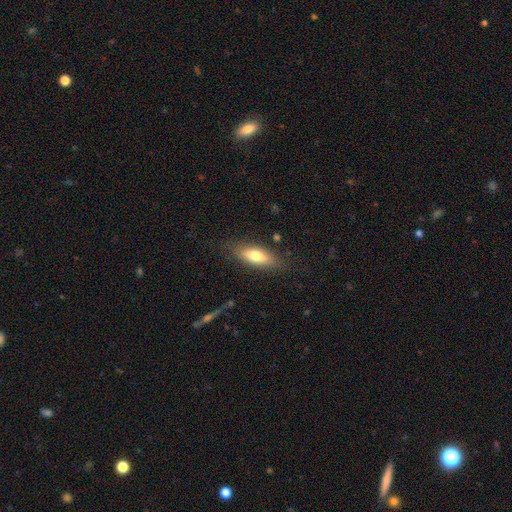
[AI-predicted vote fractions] The model was most divided on "how rounded": in between: 65%, cigar-shaped: 32%, round: 3%. More confident: merging — none (81%); smooth or featured — smooth (70%).